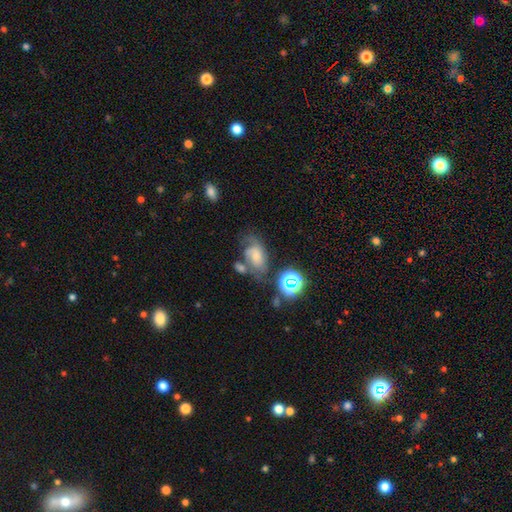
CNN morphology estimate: This appears to be a featured or disk galaxy (51%). Merging: none (39%).